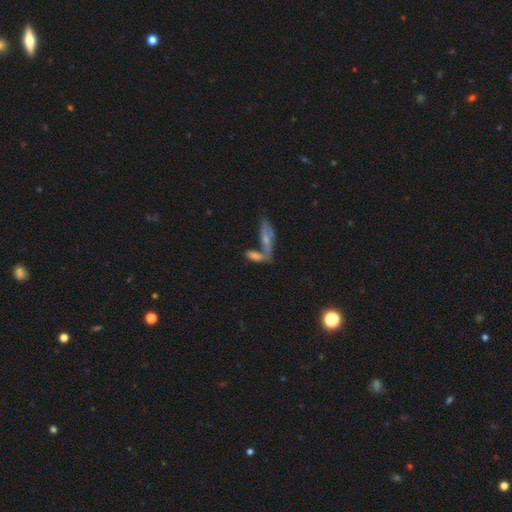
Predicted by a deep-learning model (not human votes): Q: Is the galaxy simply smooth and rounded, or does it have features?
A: smooth — 50%.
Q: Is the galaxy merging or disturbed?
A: merger — 54%.